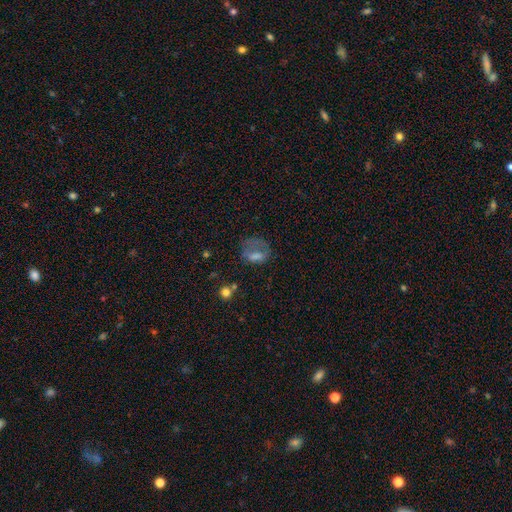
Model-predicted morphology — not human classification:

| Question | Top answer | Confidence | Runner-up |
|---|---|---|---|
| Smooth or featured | smooth | 59% | featured or disk (27%) |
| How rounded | in between | 58% | round (40%) |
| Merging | major disturbance | 39% | none (33%) |